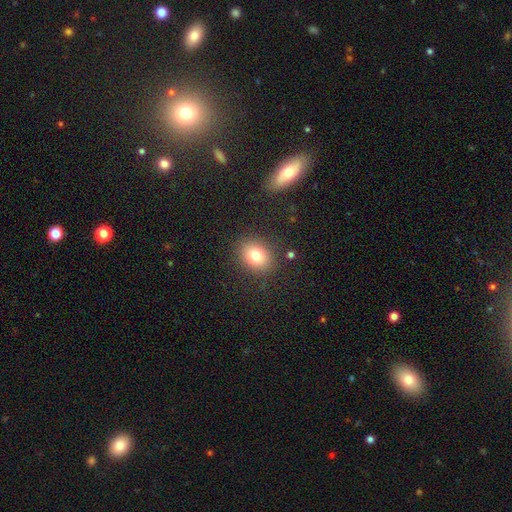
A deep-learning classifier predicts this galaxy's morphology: Smooth or featured? Predicted: smooth (p=0.78). How rounded? Predicted: round (p=0.51). Merging? Predicted: none (p=0.86).